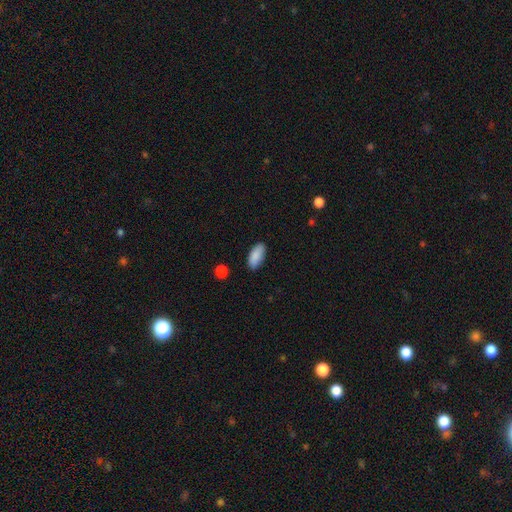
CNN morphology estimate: Q: Smooth or featured?
A: smooth (89%); runner-up: star or artifact (6%)
Q: How rounded?
A: in between (89%); runner-up: cigar-shaped (9%)
Q: Merging?
A: none (86%); runner-up: minor disturbance (10%)